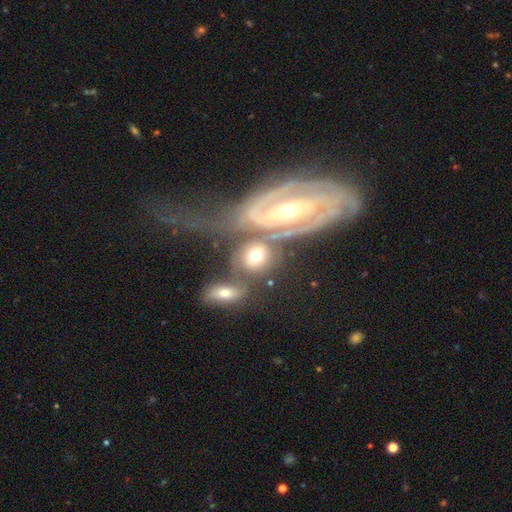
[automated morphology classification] Q: Smooth or featured?
A: smooth (50%); runner-up: featured or disk (43%)
Q: Merging?
A: merger (42%); runner-up: none (34%)